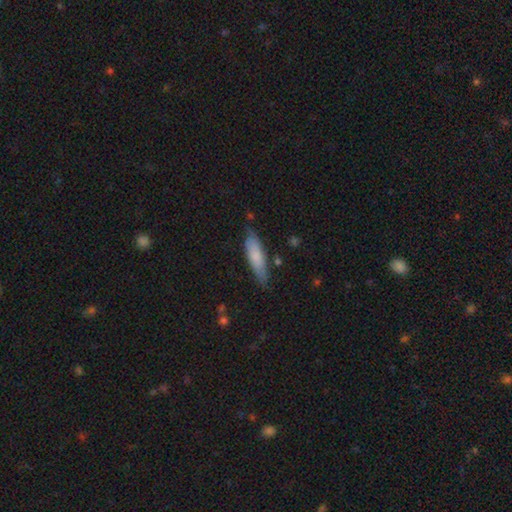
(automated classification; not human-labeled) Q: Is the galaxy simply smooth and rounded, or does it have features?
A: smooth — 75%.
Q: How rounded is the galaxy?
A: cigar-shaped — 64%.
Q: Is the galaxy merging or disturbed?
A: none — 75%.